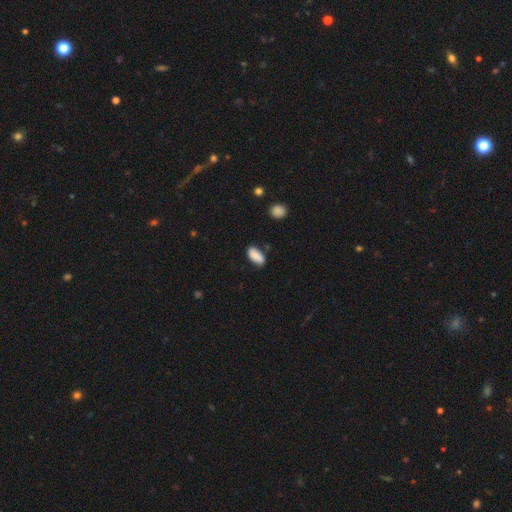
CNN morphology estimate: A smooth galaxy with no disk features (87%) that is in between round and cigar-shaped (88%).

Vote fractions:
- Smooth or featured? smooth: 87% / star or artifact: 7% / featured or disk: 6%
- How rounded? in between: 88% / cigar-shaped: 9% / round: 3%
- Merging? none: 75% / minor disturbance: 17% / merger: 4% / major disturbance: 3%